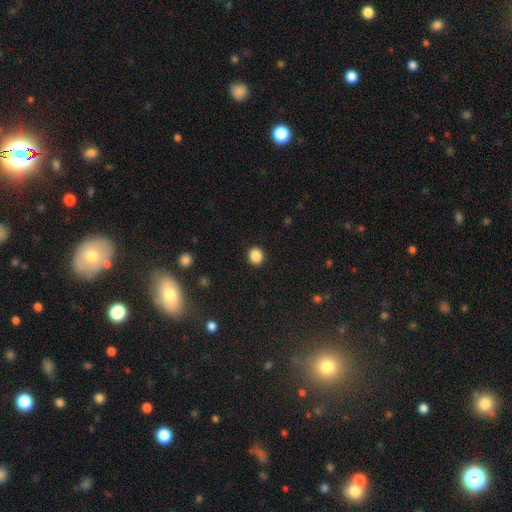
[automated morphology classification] A smooth galaxy with no disk features (87%) that is round (74%).

Vote fractions:
- Smooth or featured? smooth: 87% / star or artifact: 10% / featured or disk: 3%
- How rounded? round: 74% / in between: 25% / cigar-shaped: 1%
- Merging? none: 91% / minor disturbance: 6% / major disturbance: 2% / merger: 1%